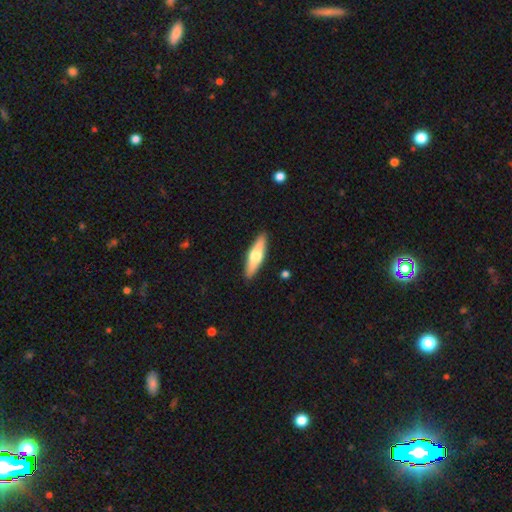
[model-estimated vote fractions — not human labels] A smooth galaxy with no disk features (49%). Merging: none (90%).